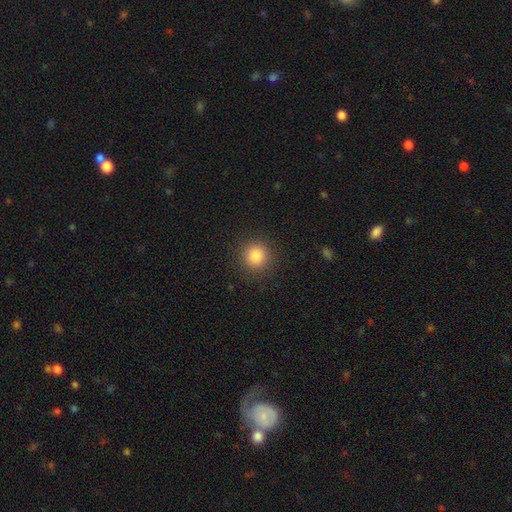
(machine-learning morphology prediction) type=smooth (85%); roundness=round (93%); merging=none (90%).